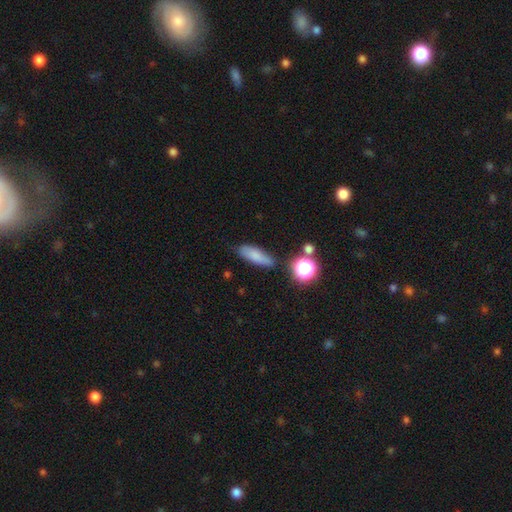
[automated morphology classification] smooth-or-featured: smooth: 77% | featured or disk: 12% | star or artifact: 11%
  how-rounded: in between: 52% | cigar-shaped: 41% | round: 7%
  merging: none: 75% | minor disturbance: 16% | merger: 5% | major disturbance: 4%